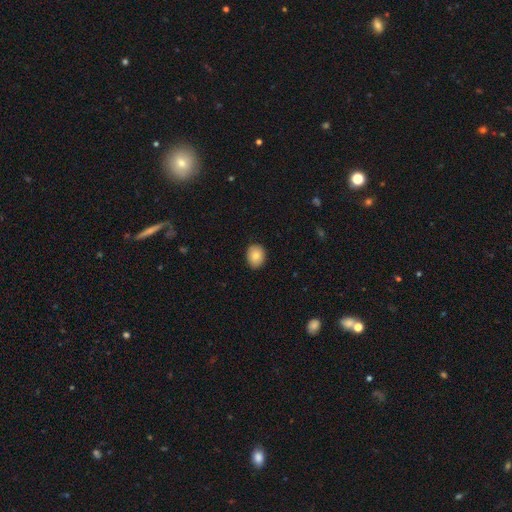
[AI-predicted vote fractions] A smooth galaxy with no disk features (85%) that is in between round and cigar-shaped (50%).

Vote fractions:
- Smooth or featured? smooth: 85% / star or artifact: 8% / featured or disk: 7%
- How rounded? in between: 50% / round: 49% / cigar-shaped: 1%
- Merging? none: 89% / minor disturbance: 8% / major disturbance: 2% / merger: 1%